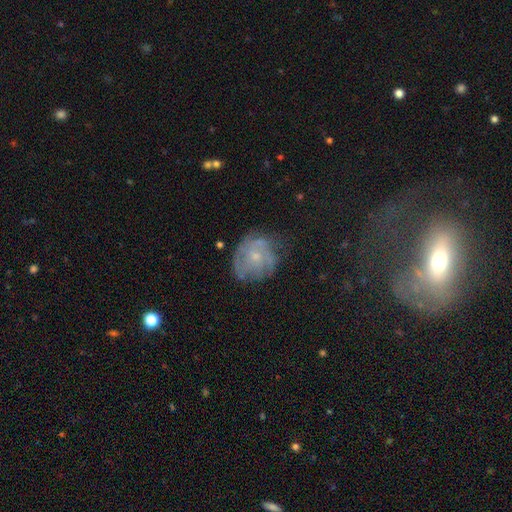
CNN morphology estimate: featured or disk 61%, smooth 27%, star or artifact 11%. Down the decision tree: edge-on disk — no (97%); bar — no (80%); spiral arms — yes (73%); bulge size — small (67%); merging — none (62%).